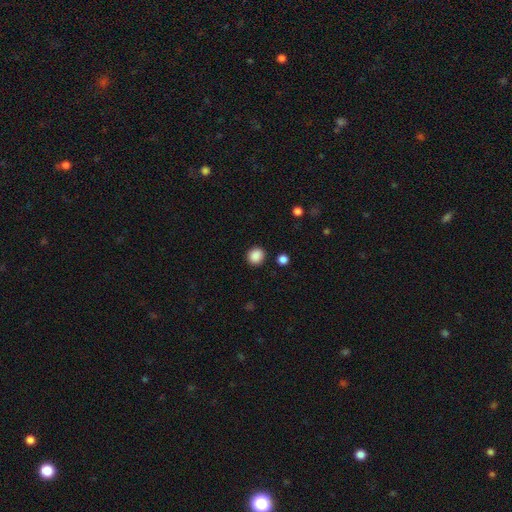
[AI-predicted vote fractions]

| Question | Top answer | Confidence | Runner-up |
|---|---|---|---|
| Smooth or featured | smooth | 88% | star or artifact (9%) |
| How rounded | round | 81% | in between (18%) |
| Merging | none | 89% | minor disturbance (7%) |